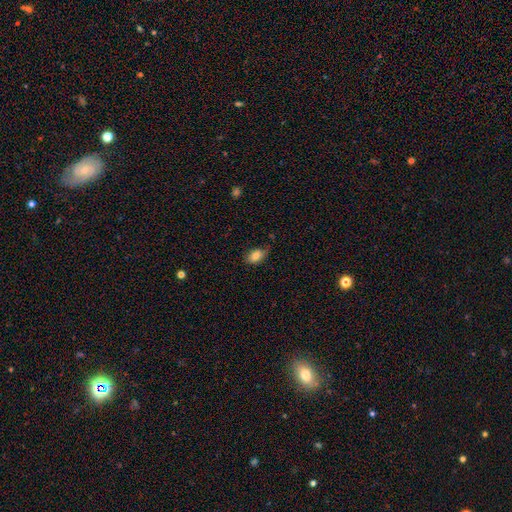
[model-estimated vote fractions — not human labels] Morphology: type=smooth (82%); roundness=in between (86%); merging=none (60%).